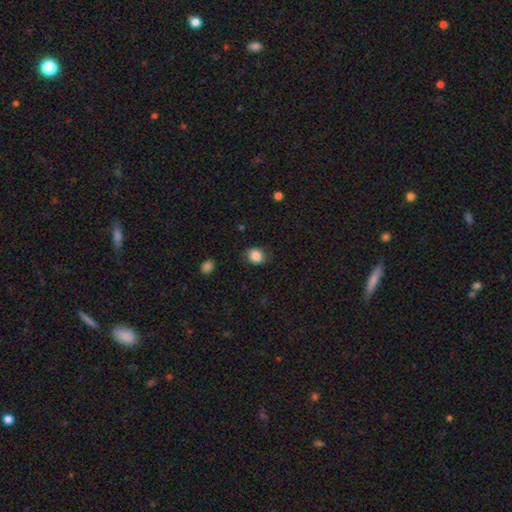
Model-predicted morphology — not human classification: This is clearly a smooth galaxy (85%). How rounded: likely round (62%). Merging: likely none (76%).